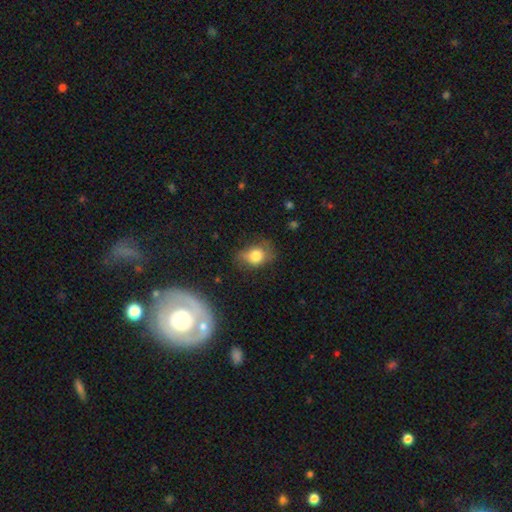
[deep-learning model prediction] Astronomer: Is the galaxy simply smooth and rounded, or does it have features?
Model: smooth — 73%.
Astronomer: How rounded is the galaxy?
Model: in between — 60% (runner-up: round, 38%).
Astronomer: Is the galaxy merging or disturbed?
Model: none — 52% (runner-up: minor disturbance, 31%).